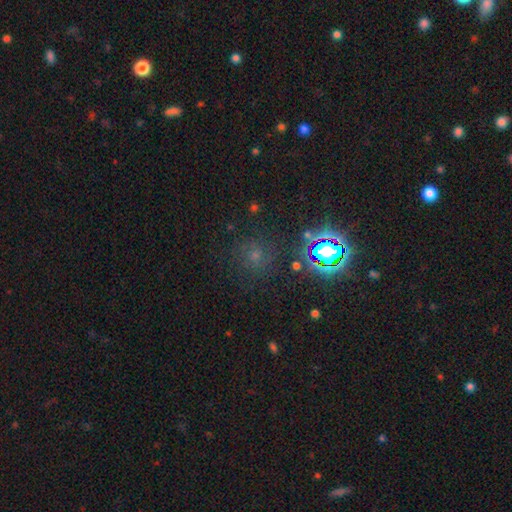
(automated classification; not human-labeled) A smooth galaxy with no disk features (44%). Merging: none (76%).